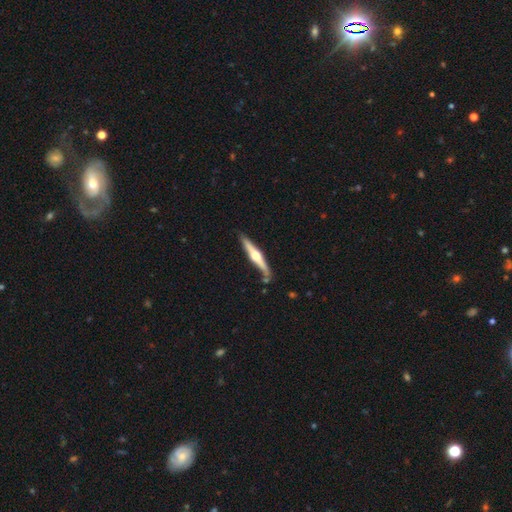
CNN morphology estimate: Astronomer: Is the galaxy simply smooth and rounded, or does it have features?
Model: featured or disk — 71%.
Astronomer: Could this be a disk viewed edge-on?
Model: yes — 97%.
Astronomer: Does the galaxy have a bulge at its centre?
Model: rounded — 94%.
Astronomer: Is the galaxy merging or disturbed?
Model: none — 81%.